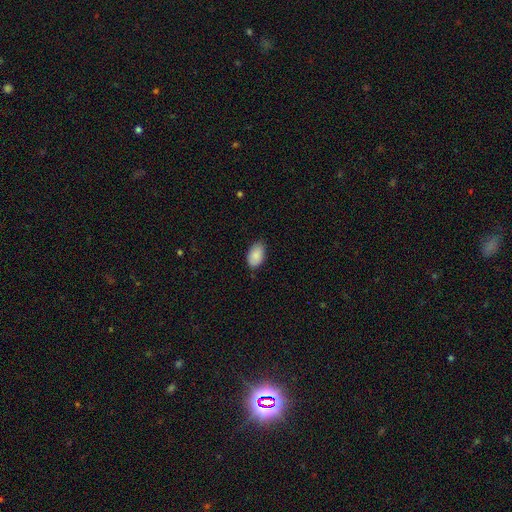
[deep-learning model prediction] A smooth galaxy with no disk features (89%) that is in between round and cigar-shaped (93%). Merging: none (79%).